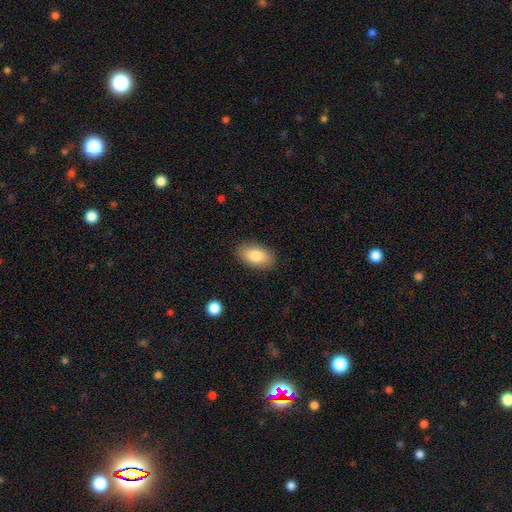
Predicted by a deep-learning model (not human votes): Smooth or featured? Predicted: smooth (p=0.84). How rounded? Predicted: in between (p=0.93). Merging? Predicted: none (p=0.88).